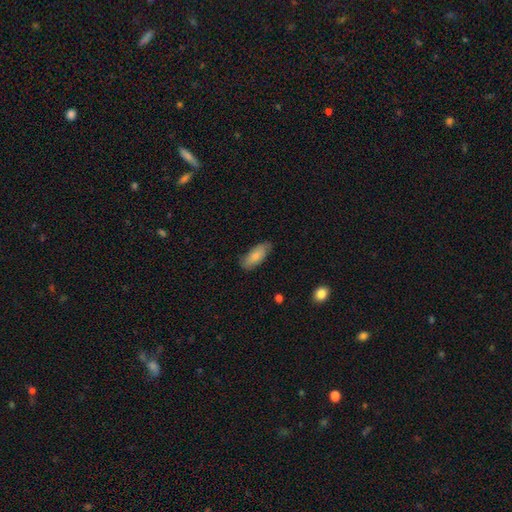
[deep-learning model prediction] The model was most divided on "merging": none: 79%, minor disturbance: 17%, major disturbance: 3%, merger: 1%. More confident: how rounded — in between (81%); smooth or featured — smooth (81%).